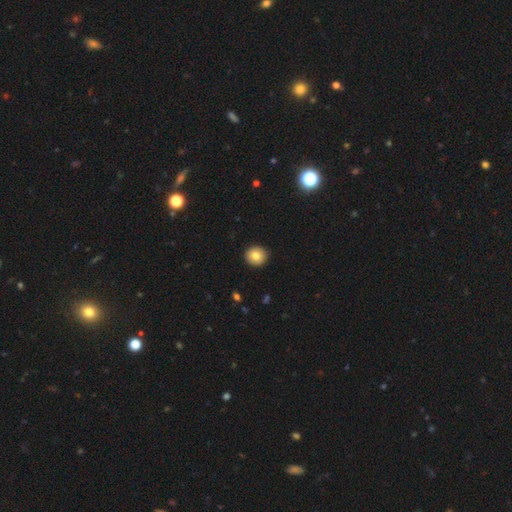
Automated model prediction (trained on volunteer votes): smooth-or-featured: smooth: 81% | featured or disk: 10% | star or artifact: 9%
  how-rounded: round: 92% | in between: 7% | cigar-shaped: 1%
  merging: none: 93% | minor disturbance: 5% | major disturbance: 1% | merger: 1%